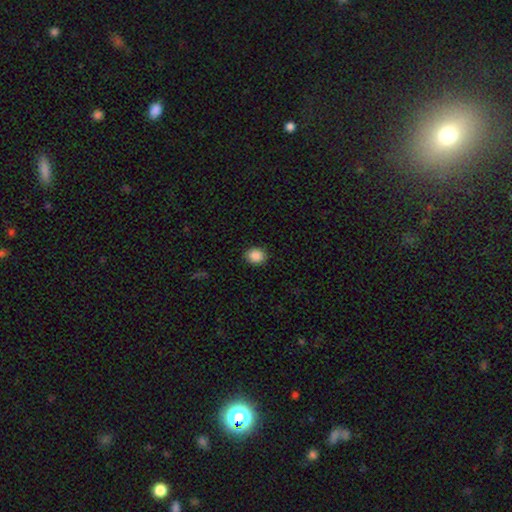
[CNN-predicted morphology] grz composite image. It shows a smooth galaxy with no disk features (88%) that is round (65%). Merging: none (89%).